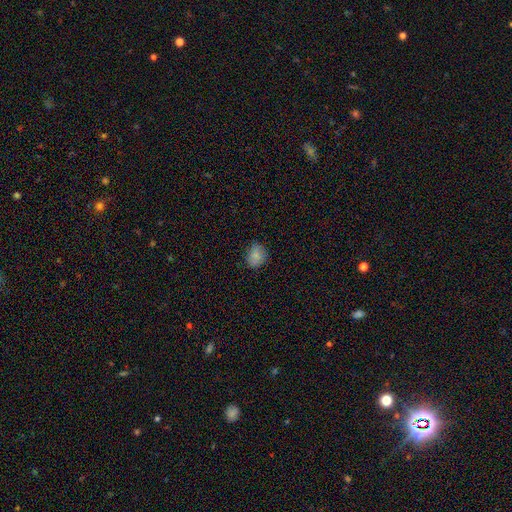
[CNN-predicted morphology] This appears to be a smooth galaxy with no disk features (82%) that is round (55%). Merging: none (79%).